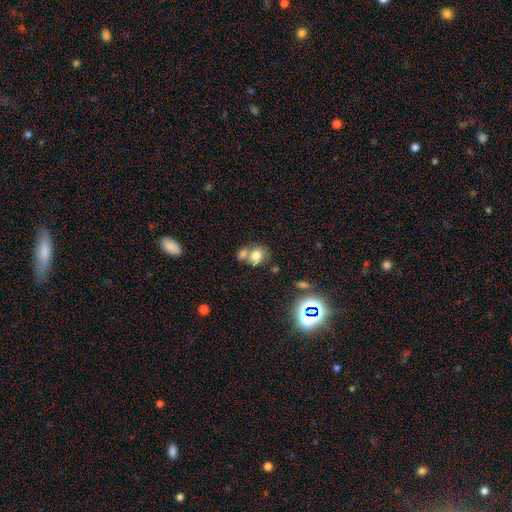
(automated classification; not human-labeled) Smooth or featured?
  - smooth: 72% *
  - featured or disk: 15%
  - star or artifact: 13%
How rounded?
  - round: 50% *
  - in between: 49%
  - cigar-shaped: 1%
Merging?
  - merger: 46% *
  - none: 37%
  - minor disturbance: 11%
  - major disturbance: 5%